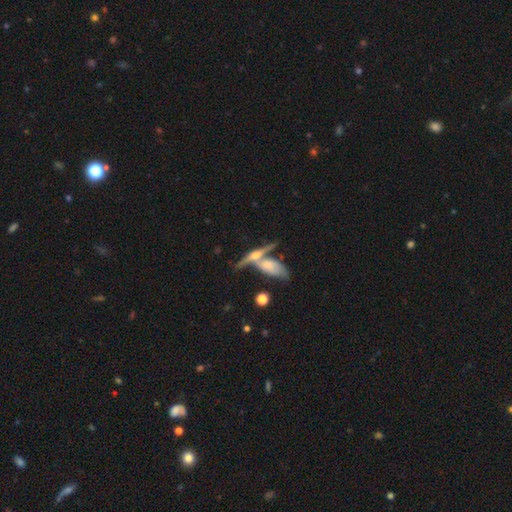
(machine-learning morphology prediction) featured or disk 55%, smooth 30%, star or artifact 15%. Down the decision tree: edge-on disk — yes (54%); merging — merger (49%).